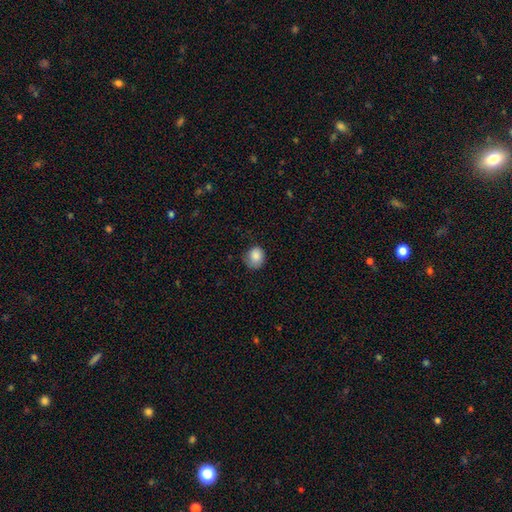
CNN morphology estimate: A smooth galaxy with no disk features (85%) that is round (69%).

Vote fractions:
- Smooth or featured? smooth: 85% / star or artifact: 8% / featured or disk: 7%
- How rounded? round: 69% / in between: 30% / cigar-shaped: 1%
- Merging? none: 58% / minor disturbance: 30% / major disturbance: 10% / merger: 1%